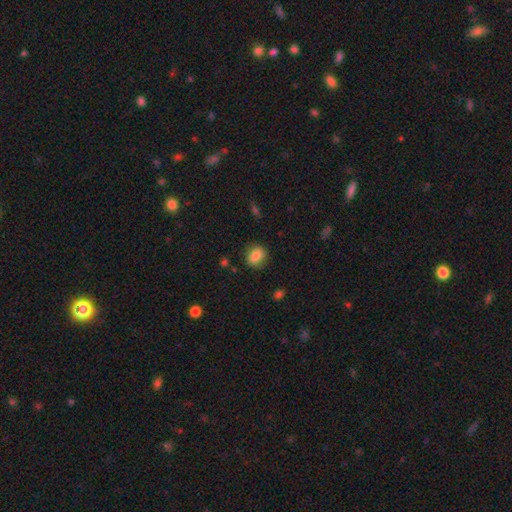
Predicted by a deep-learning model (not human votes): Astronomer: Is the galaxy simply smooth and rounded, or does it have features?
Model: smooth — 81%.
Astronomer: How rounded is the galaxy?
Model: round — 49%, tied with in between at 49%.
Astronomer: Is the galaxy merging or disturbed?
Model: none — 79%.